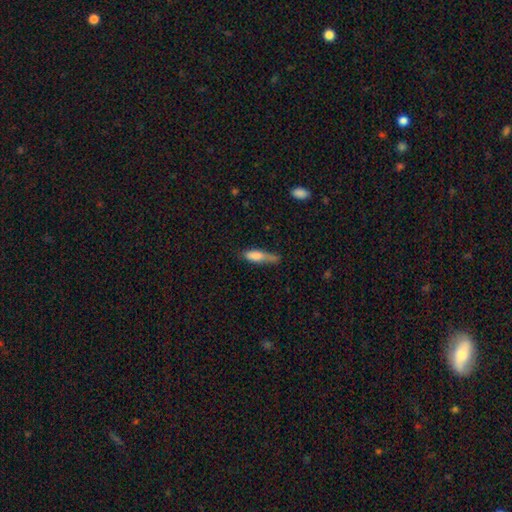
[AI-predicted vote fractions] This is likely a smooth galaxy (76%). How rounded: likely cigar-shaped (60%). Merging: marginally none (39%).